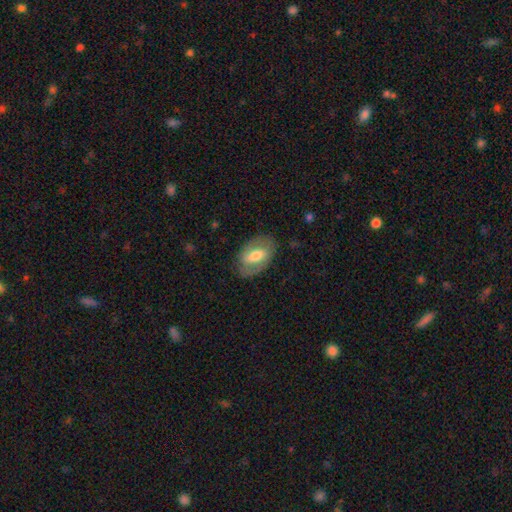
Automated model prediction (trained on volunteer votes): Smooth or featured? Predicted: featured or disk (p=0.51). Edge-on disk? Predicted: no (p=0.91). Merging? Predicted: none (p=0.76).